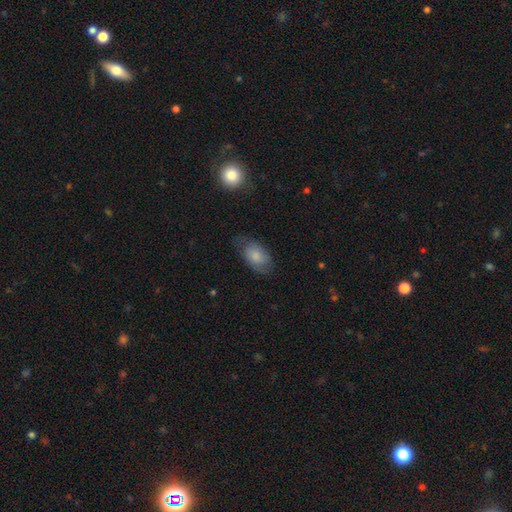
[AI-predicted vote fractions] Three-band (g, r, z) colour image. It shows a smooth galaxy with no disk features (71%) that is in between round and cigar-shaped (93%). Merging: none (65%).